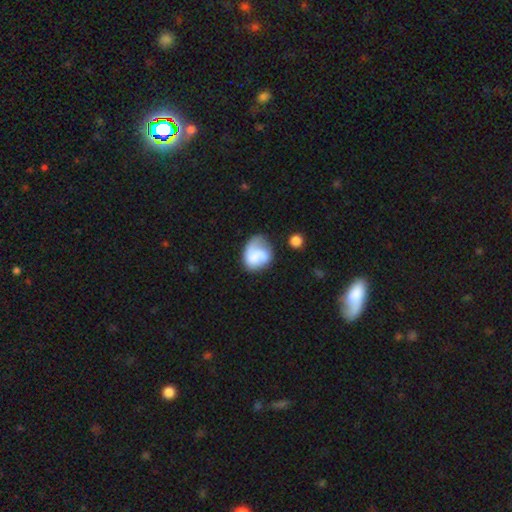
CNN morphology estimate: Smooth or featured? Predicted: smooth (p=0.55). How rounded? Predicted: in between (p=0.51). Merging? Predicted: none (p=0.37).